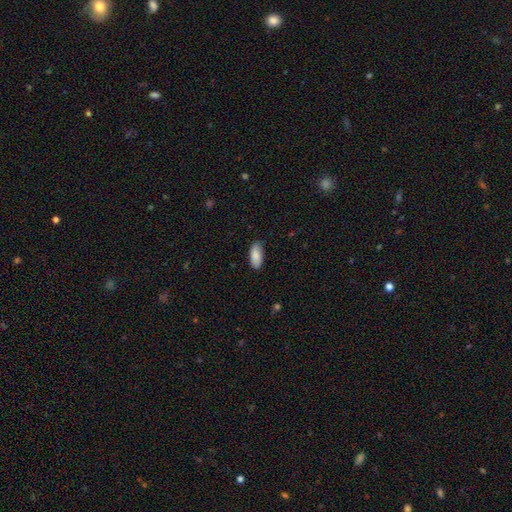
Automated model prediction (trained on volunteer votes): Overall: smooth (87%). How rounded: in between (89%). Merging: none (84%).